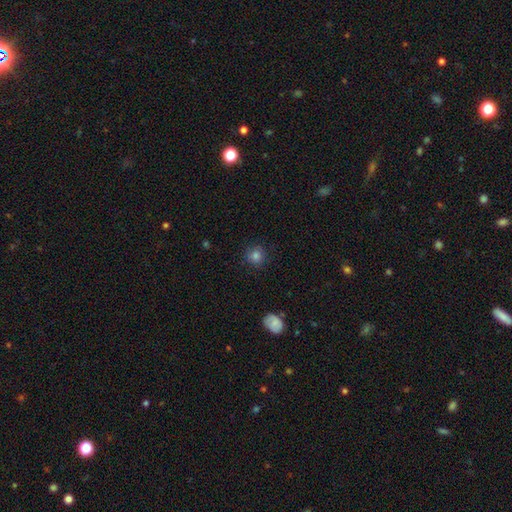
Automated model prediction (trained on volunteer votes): A smooth galaxy with no disk features (81%) that is round (91%).

Vote fractions:
- Smooth or featured? smooth: 81% / star or artifact: 12% / featured or disk: 7%
- How rounded? round: 91% / in between: 8% / cigar-shaped: 1%
- Merging? none: 86% / minor disturbance: 10% / major disturbance: 3% / merger: 1%